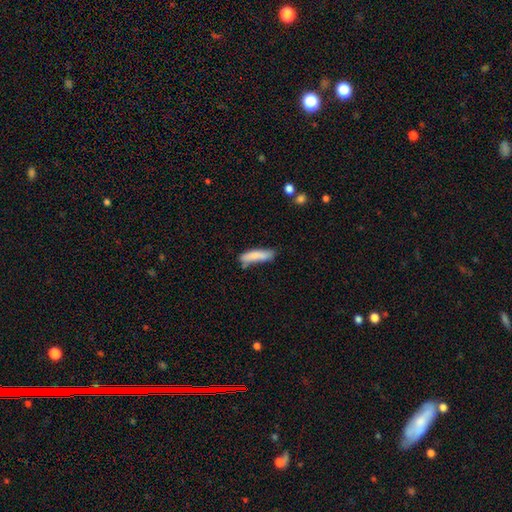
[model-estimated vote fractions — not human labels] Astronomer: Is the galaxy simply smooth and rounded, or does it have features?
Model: smooth — 82%.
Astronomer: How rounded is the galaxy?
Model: cigar-shaped — 72%.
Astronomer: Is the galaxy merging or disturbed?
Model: none — 62%.